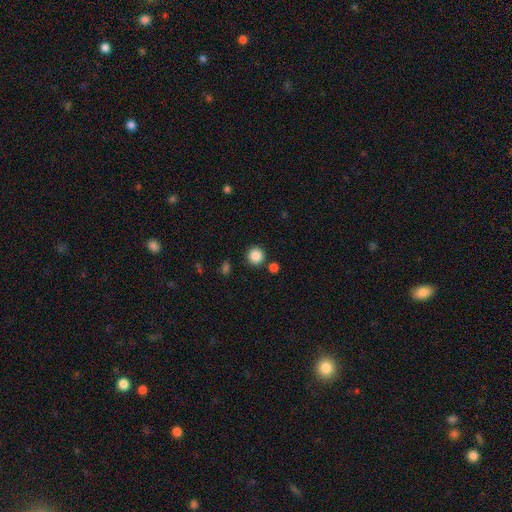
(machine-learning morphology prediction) This appears to be a smooth galaxy with no disk features (87%) that is round (94%). Merging: none (86%).